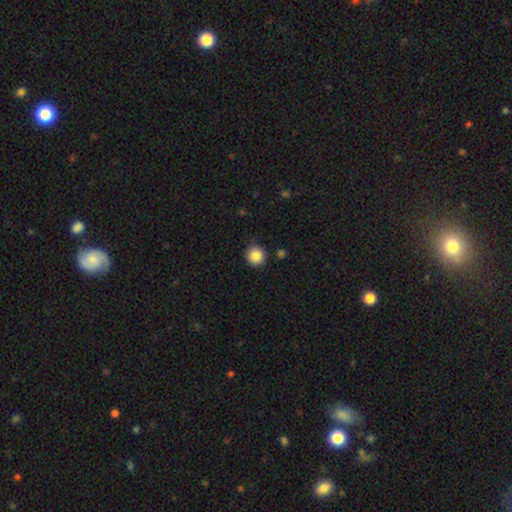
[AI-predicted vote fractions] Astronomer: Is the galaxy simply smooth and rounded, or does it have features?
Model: smooth — 86%.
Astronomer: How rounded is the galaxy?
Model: round — 92%.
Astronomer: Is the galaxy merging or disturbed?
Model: none — 86%.